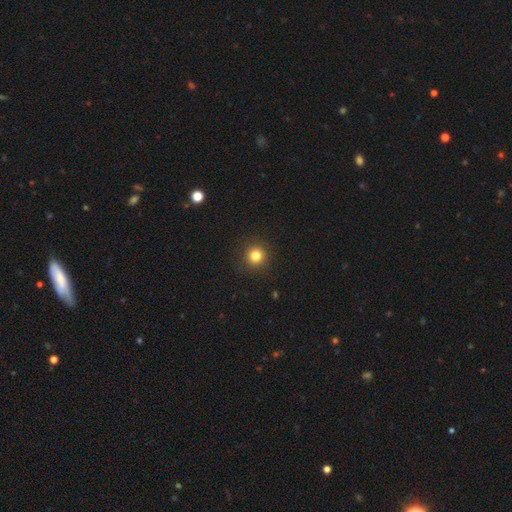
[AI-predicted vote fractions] Smooth or featured: smooth — 81% (star or artifact — 13%)
How rounded: round — 95% (in between — 4%)
Merging: none — 92% (minor disturbance — 5%)